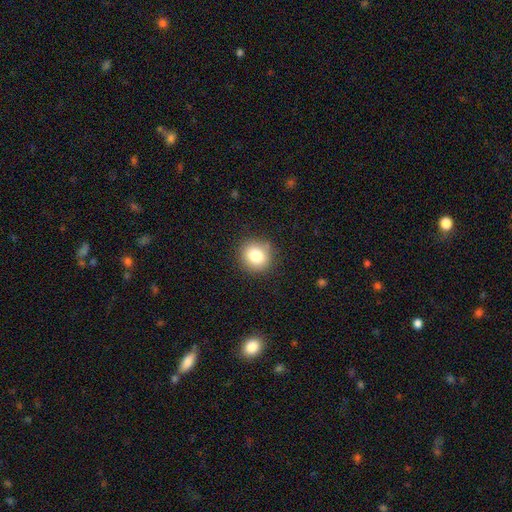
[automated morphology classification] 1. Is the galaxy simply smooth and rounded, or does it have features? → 82% smooth, 10% star or artifact, 8% featured or disk.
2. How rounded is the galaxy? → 86% round, 13% in between, 1% cigar-shaped.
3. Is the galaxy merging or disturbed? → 85% none, 10% minor disturbance, 3% major disturbance, 2% merger.